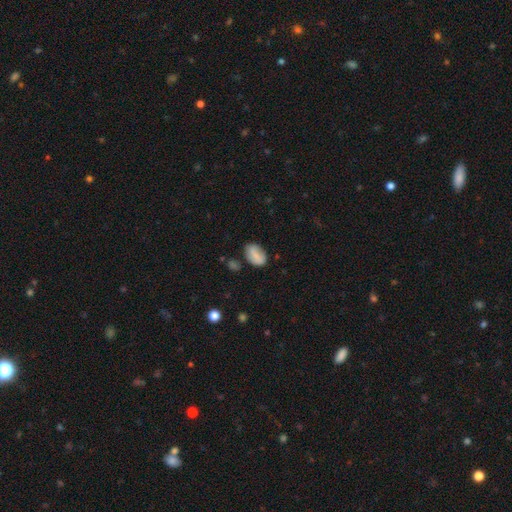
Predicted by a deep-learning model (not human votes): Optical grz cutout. It shows a smooth galaxy with no disk features (75%) that is in between round and cigar-shaped (88%). Merging: none (69%).